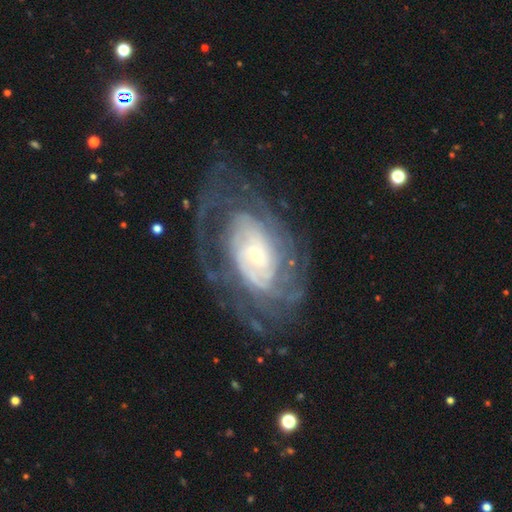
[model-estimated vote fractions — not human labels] Smooth or featured: featured or disk — 86% (smooth — 8%)
Edge-on disk: no — 95% (yes — 5%)
Bar: no — 72% (weak — 20%)
Spiral arms: yes — 93% (no — 7%)
Spiral winding: tight — 68% (medium — 24%)
Spiral arm count: can't tell — 41% (2 — 16%)
Bulge size: small — 75% (moderate — 17%)
Merging: none — 65% (minor disturbance — 17%)